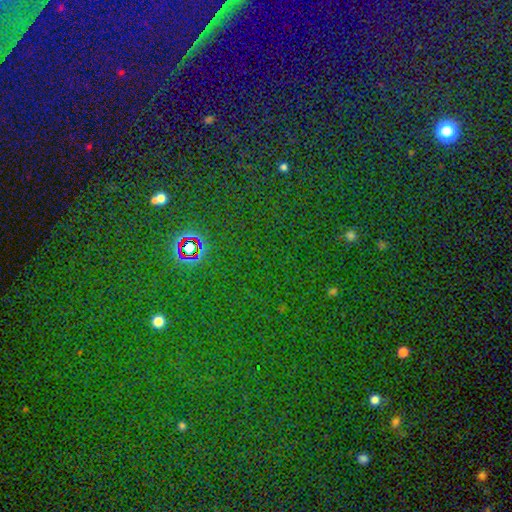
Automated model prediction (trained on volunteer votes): smooth_or_featured: star or artifact (p=0.80) [alt: smooth p=0.12]